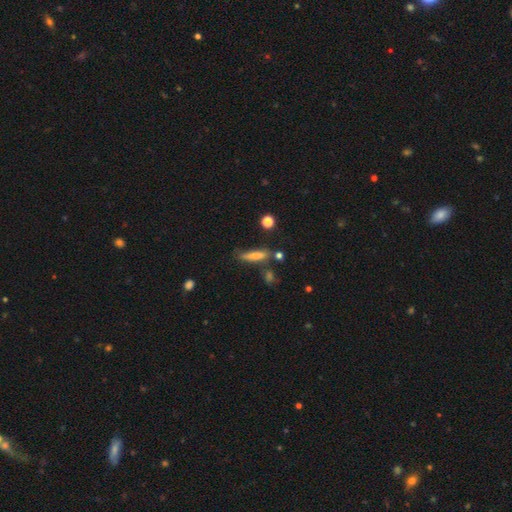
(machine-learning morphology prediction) The model was most divided on "merging": none: 61%, minor disturbance: 23%, major disturbance: 8%, merger: 8%. More confident: how rounded — cigar-shaped (81%); smooth or featured — smooth (75%).